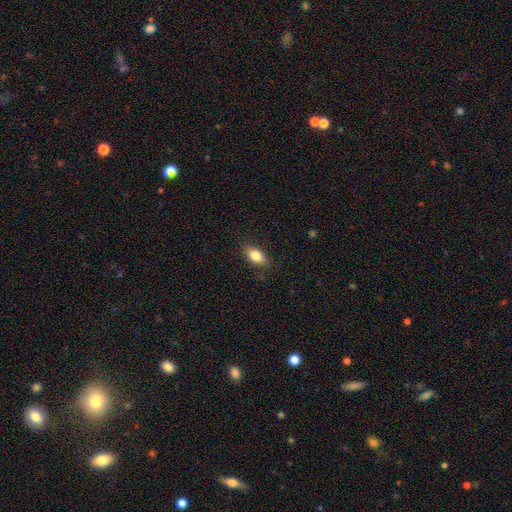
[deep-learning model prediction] The model was most divided on "merging": none: 83%, minor disturbance: 13%, major disturbance: 3%, merger: 1%. More confident: how rounded — in between (88%); smooth or featured — smooth (84%).